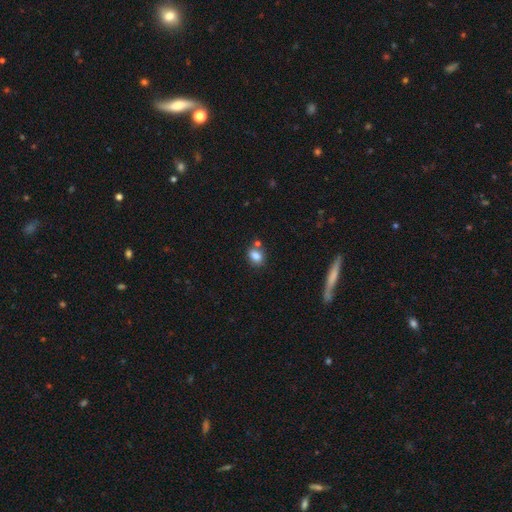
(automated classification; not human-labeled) Overall: smooth (82%). How rounded: in between (66%; round 32%). Merging: none (64%).